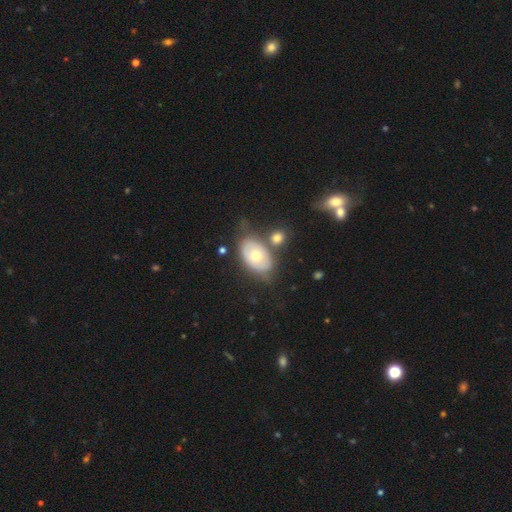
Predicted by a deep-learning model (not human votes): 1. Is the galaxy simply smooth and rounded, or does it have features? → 52% smooth, 42% featured or disk, 6% star or artifact.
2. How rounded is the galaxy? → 86% in between, 12% round, 1% cigar-shaped.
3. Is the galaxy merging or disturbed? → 55% none, 20% minor disturbance, 16% merger, 9% major disturbance.